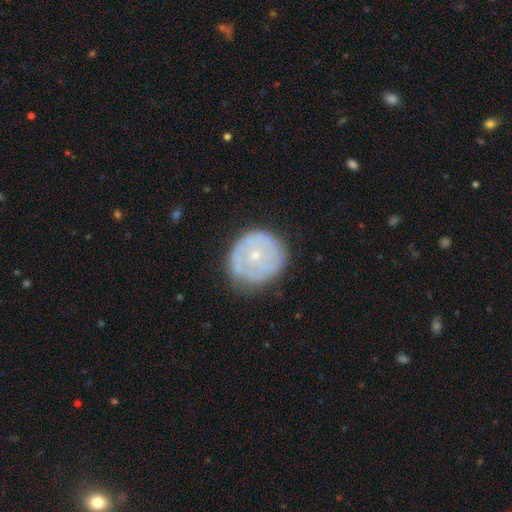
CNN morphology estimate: This appears to be a featured or disk galaxy (53%) with no bar (88%), no spiral arms (55%) and a small central bulge (78%). Merging: none (68%).